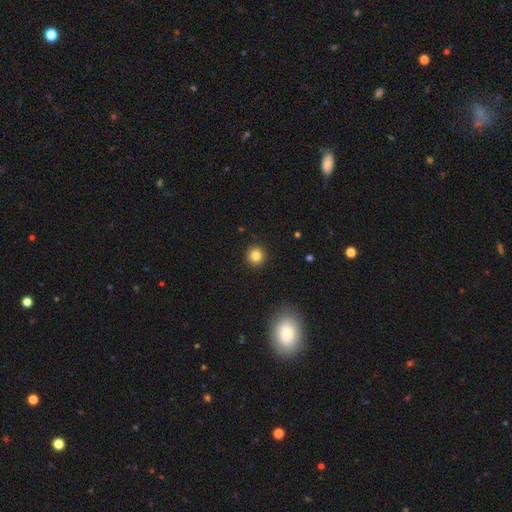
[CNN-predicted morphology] smooth 83%, star or artifact 11%, featured or disk 5%. Down the decision tree: how rounded — round (93%); merging — none (93%).